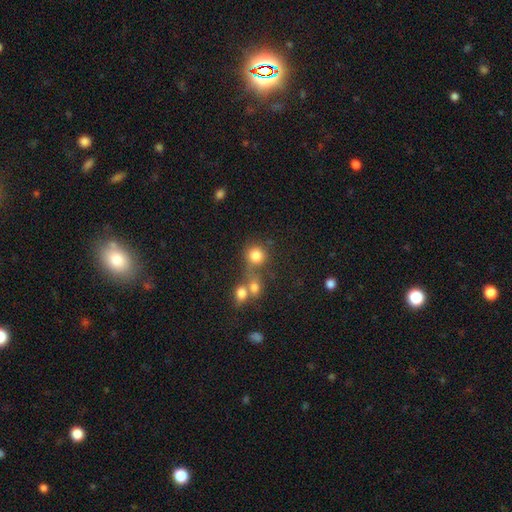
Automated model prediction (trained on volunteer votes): This appears to be a smooth galaxy with no disk features (80%) that is round (86%). Merging: none (53%).